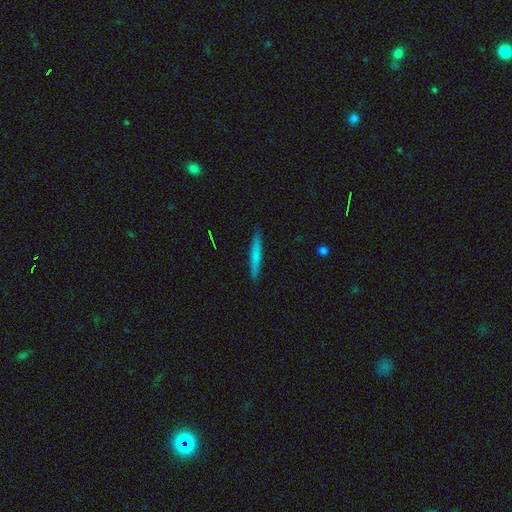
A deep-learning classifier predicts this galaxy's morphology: Q: Smooth or featured?
A: smooth (67%); runner-up: featured or disk (27%)
Q: How rounded?
A: cigar-shaped (95%); runner-up: in between (3%)
Q: Merging?
A: none (91%); runner-up: minor disturbance (7%)